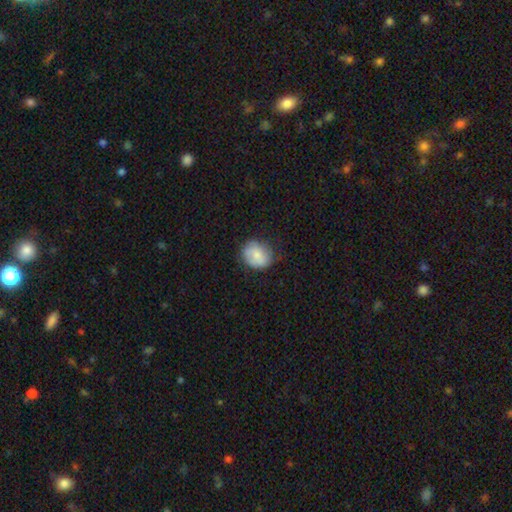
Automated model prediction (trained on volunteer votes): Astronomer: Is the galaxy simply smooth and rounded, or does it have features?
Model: smooth — 78%.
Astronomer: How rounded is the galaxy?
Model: round — 58% (runner-up: in between, 42%).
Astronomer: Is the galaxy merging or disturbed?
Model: none — 65%.